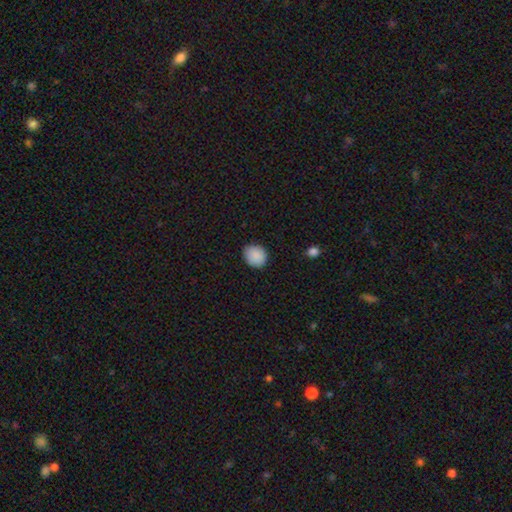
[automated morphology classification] smooth 88%, star or artifact 8%, featured or disk 4%. Down the decision tree: how rounded — round (72%); merging — none (86%).